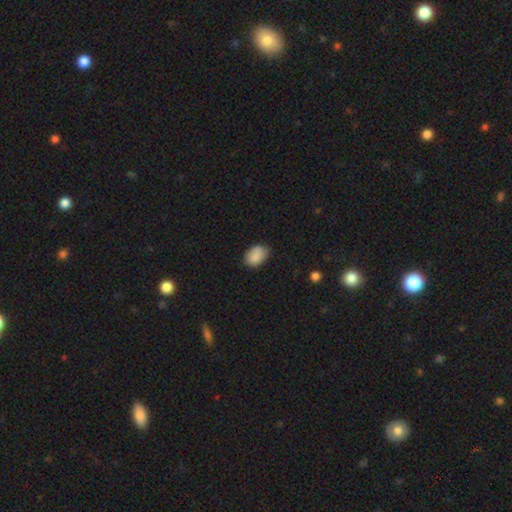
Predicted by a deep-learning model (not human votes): smooth_or_featured: smooth (p=0.87) [alt: star or artifact p=0.08]
how_rounded: in between (p=0.80) [alt: round p=0.19]
merging: none (p=0.71) [alt: minor disturbance p=0.24]